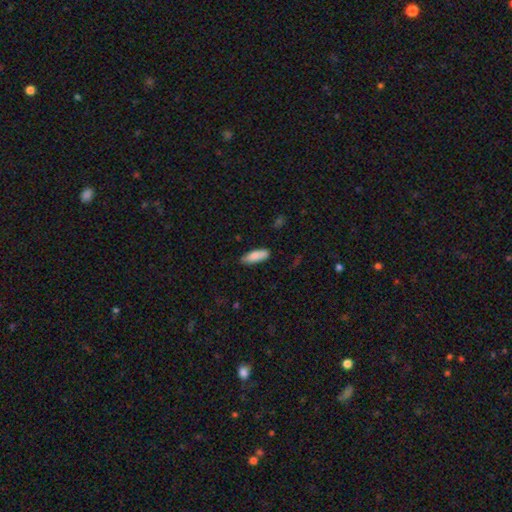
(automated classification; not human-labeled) smooth 85%, featured or disk 9%, star or artifact 6%. Down the decision tree: how rounded — in between (61%); merging — none (82%).